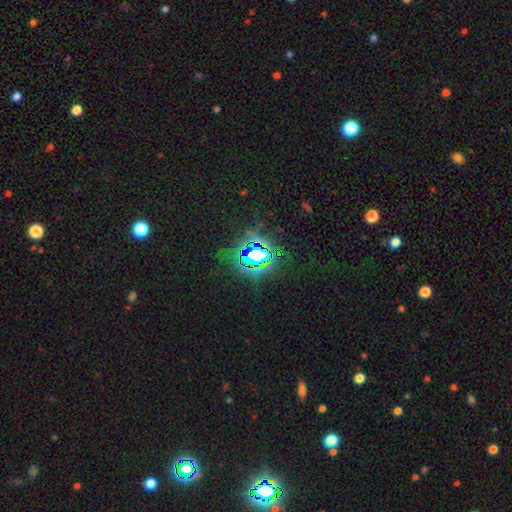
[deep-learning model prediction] Smooth or featured?
  - star or artifact: 79% *
  - smooth: 12%
  - featured or disk: 10%